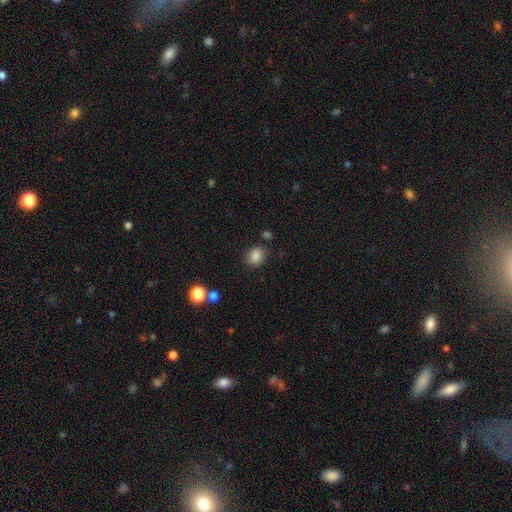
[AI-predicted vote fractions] Q: Smooth or featured?
A: smooth (85%); runner-up: star or artifact (10%)
Q: How rounded?
A: round (54%); runner-up: in between (45%)
Q: Merging?
A: none (80%); runner-up: minor disturbance (12%)